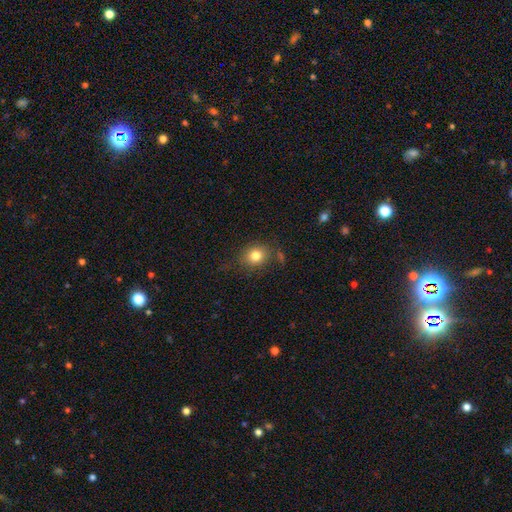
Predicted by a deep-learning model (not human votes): smooth 80%, star or artifact 11%, featured or disk 8%. Down the decision tree: how rounded — round (72%); merging — none (76%).